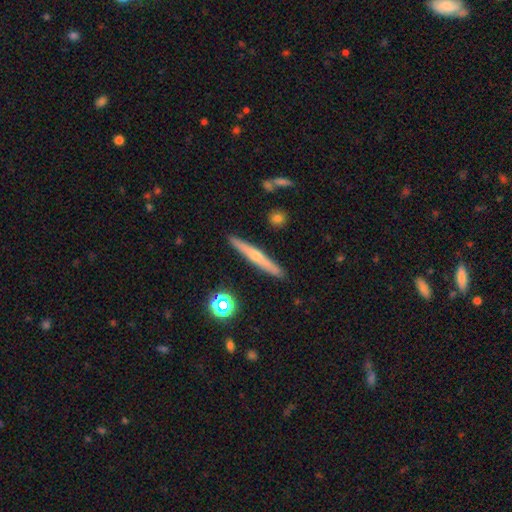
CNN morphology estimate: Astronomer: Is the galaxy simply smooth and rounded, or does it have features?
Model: featured or disk — 53% (runner-up: smooth, 40%).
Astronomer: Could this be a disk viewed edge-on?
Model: yes — 96%.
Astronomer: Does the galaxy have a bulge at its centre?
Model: rounded — 71%.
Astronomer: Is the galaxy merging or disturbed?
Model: none — 90%.